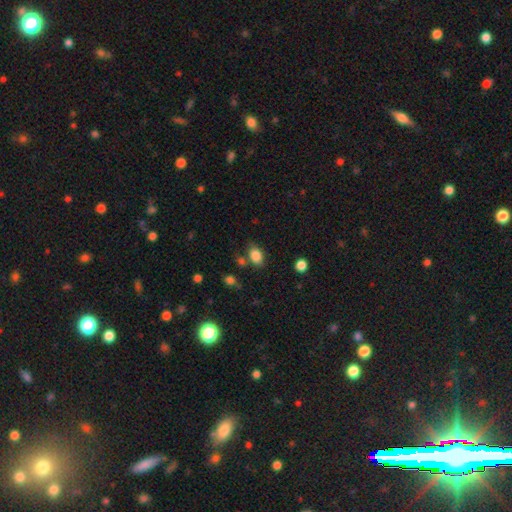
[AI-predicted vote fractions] This is clearly a smooth galaxy (84%). How rounded: clearly in between (81%). Merging: likely none (73%).